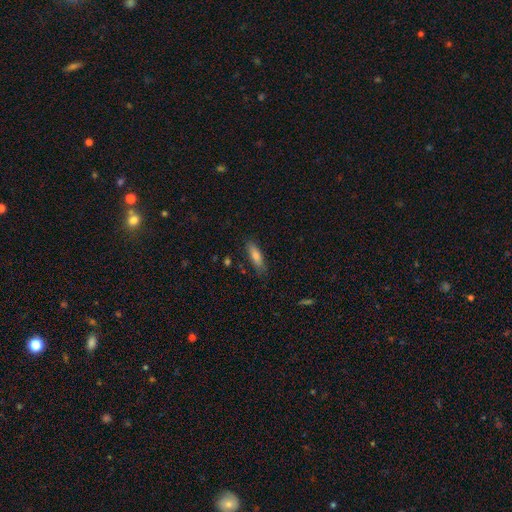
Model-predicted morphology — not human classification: Smooth or featured?
  - smooth: 76% *
  - featured or disk: 17%
  - star or artifact: 8%
How rounded?
  - cigar-shaped: 53% *
  - in between: 45%
  - round: 2%
Merging?
  - none: 80% *
  - minor disturbance: 15%
  - major disturbance: 3%
  - merger: 2%